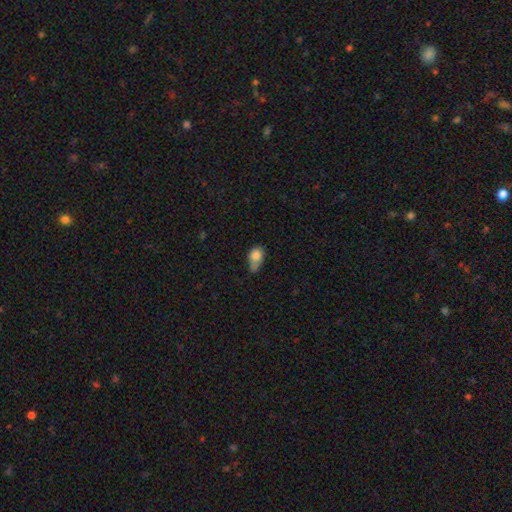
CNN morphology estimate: This appears to be a smooth galaxy with no disk features (79%) that is in between round and cigar-shaped (71%). Merging: minor disturbance (36%).